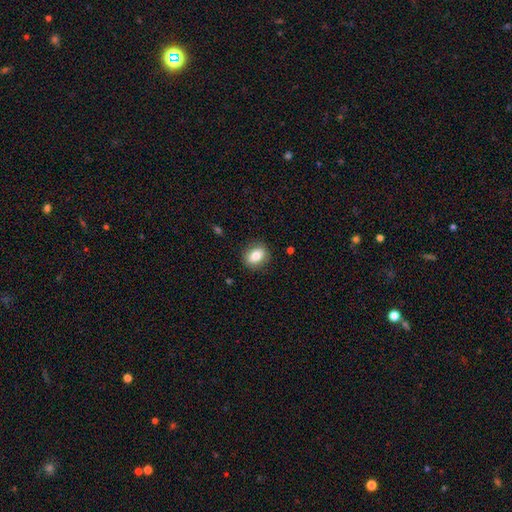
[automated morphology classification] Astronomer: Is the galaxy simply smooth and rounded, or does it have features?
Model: smooth — 79%.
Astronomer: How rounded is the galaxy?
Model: in between — 53% (runner-up: round, 45%).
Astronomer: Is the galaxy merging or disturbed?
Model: none — 86%.